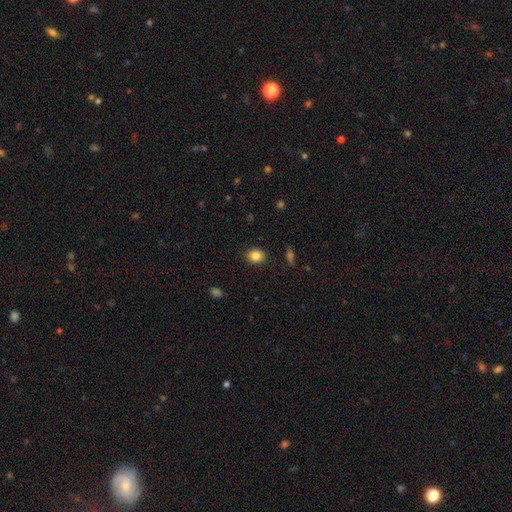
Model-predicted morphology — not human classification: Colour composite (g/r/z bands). It shows a smooth galaxy with no disk features (85%) that is round (52%). Merging: none (89%).